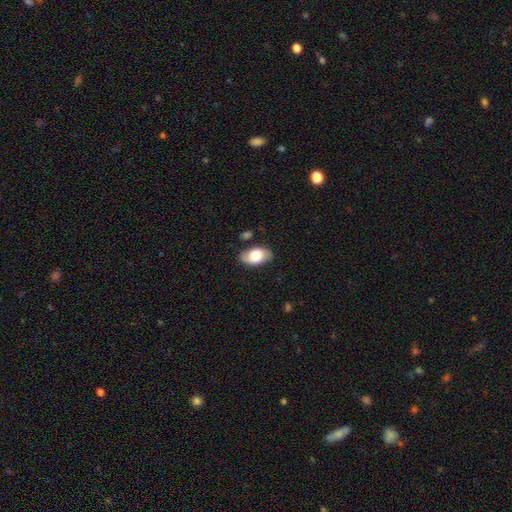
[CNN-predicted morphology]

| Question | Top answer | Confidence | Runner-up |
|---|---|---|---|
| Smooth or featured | smooth | 73% | featured or disk (20%) |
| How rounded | in between | 93% | round (6%) |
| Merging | none | 73% | minor disturbance (19%) |